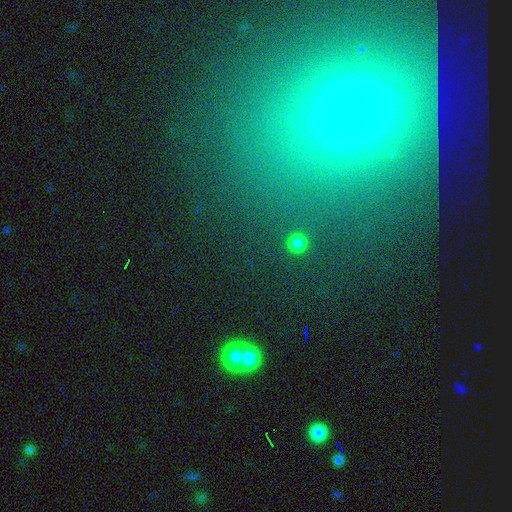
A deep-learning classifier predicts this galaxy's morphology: smooth_or_featured: smooth (p=0.44) [alt: star or artifact p=0.41]
merging: none (p=0.76) [alt: minor disturbance p=0.11]